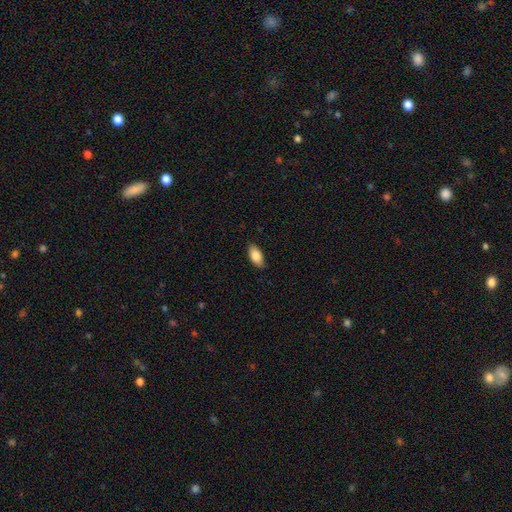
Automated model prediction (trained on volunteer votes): Q: Smooth or featured?
A: smooth (83%); runner-up: featured or disk (10%)
Q: How rounded?
A: in between (91%); runner-up: cigar-shaped (5%)
Q: Merging?
A: none (85%); runner-up: minor disturbance (12%)